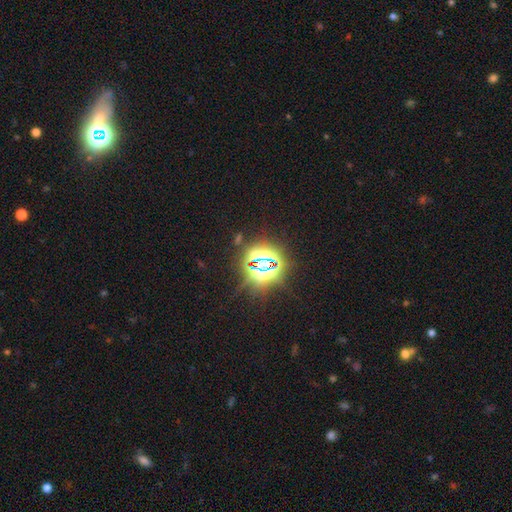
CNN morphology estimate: Q: Smooth or featured?
A: star or artifact (82%); runner-up: smooth (10%)